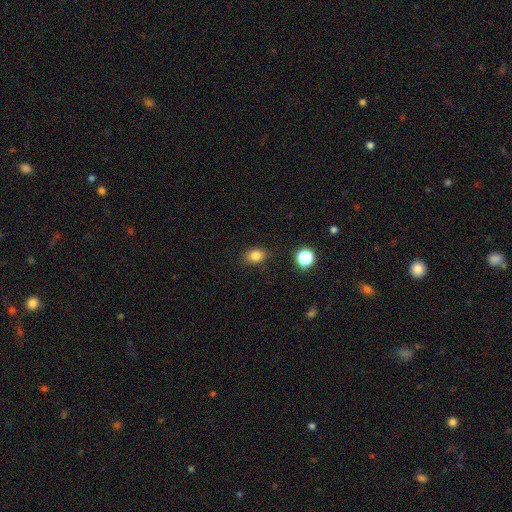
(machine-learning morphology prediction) Smooth or featured? smooth (82%)
How rounded? in between (62%)
Merging? none (84%)